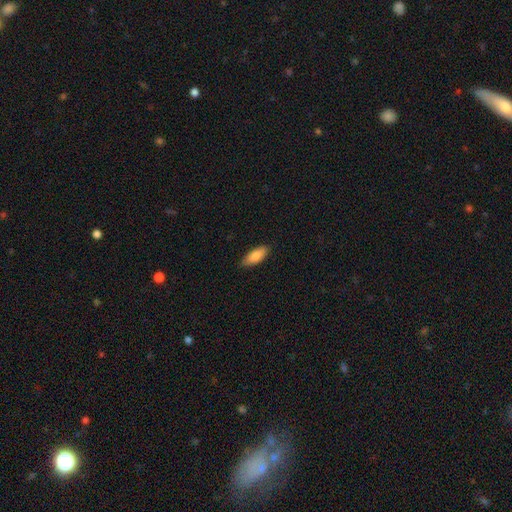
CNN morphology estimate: A smooth galaxy with no disk features (85%) that is in between round and cigar-shaped (79%).

Vote fractions:
- Smooth or featured? smooth: 85% / featured or disk: 9% / star or artifact: 6%
- How rounded? in between: 79% / cigar-shaped: 19% / round: 2%
- Merging? none: 84% / minor disturbance: 13% / major disturbance: 2% / merger: 1%